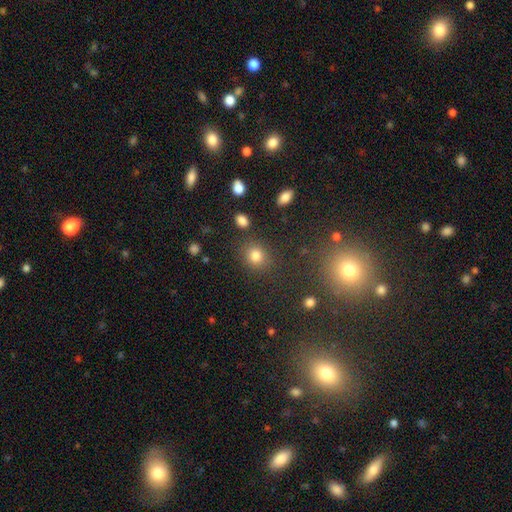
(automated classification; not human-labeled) Smooth or featured?
  - smooth: 81% *
  - star or artifact: 13%
  - featured or disk: 6%
How rounded?
  - round: 75% *
  - in between: 24%
  - cigar-shaped: 1%
Merging?
  - none: 81% *
  - minor disturbance: 11%
  - merger: 5%
  - major disturbance: 4%